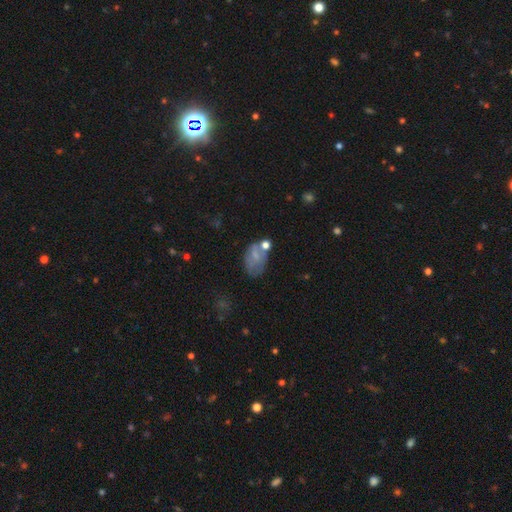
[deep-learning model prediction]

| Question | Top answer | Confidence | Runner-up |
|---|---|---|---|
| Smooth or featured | smooth | 59% | featured or disk (31%) |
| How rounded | in between | 88% | round (10%) |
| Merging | none | 41% | minor disturbance (26%) |